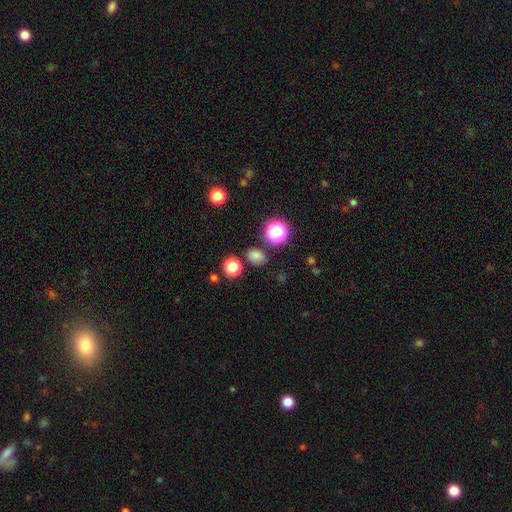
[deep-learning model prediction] Smooth or featured? smooth (72%)
How rounded? round (50%)
Merging? none (79%)